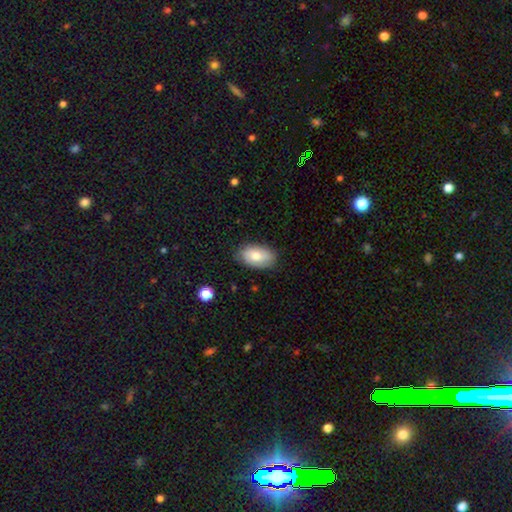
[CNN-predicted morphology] smooth-or-featured: smooth: 74% | featured or disk: 20% | star or artifact: 6%
  how-rounded: in between: 93% | round: 5% | cigar-shaped: 2%
  merging: none: 80% | minor disturbance: 16% | major disturbance: 3% | merger: 1%